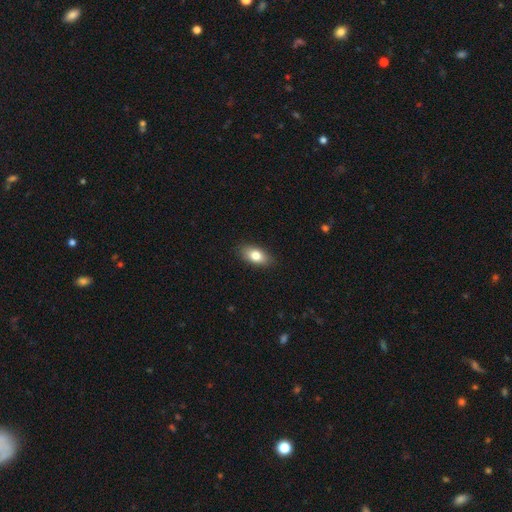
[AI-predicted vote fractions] Smooth or featured: smooth — 80% (featured or disk — 13%)
How rounded: in between — 87% (round — 7%)
Merging: none — 87% (minor disturbance — 10%)